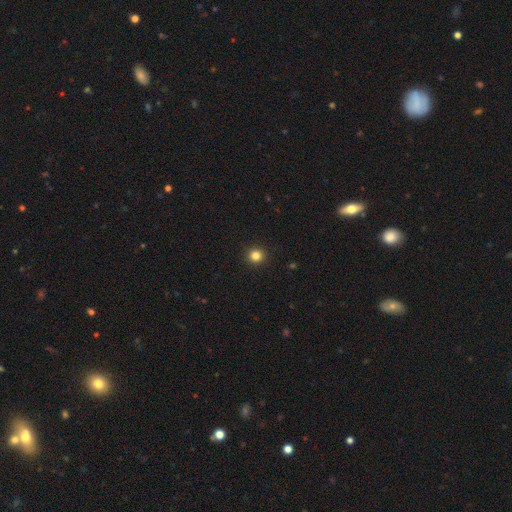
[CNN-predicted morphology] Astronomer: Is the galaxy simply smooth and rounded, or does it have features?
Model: smooth — 83%.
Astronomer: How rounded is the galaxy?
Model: round — 93%.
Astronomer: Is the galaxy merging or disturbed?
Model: none — 93%.